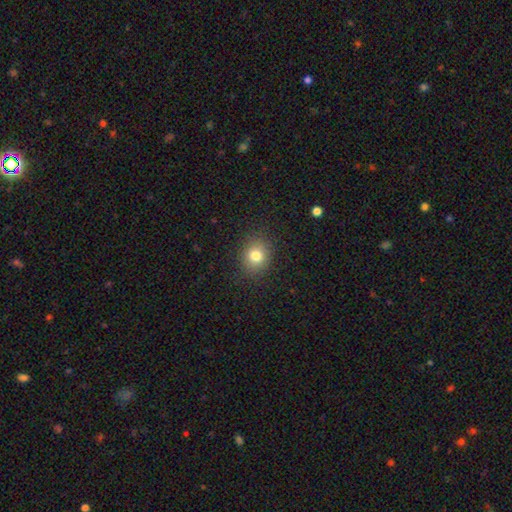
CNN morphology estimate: Smooth or featured? smooth (79%)
How rounded? round (70%)
Merging? none (88%)